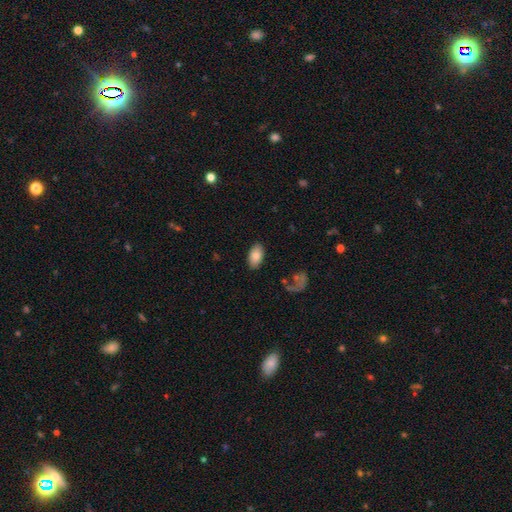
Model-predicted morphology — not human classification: Smooth or featured? Predicted: smooth (p=0.82). How rounded? Predicted: in between (p=0.94). Merging? Predicted: none (p=0.85).